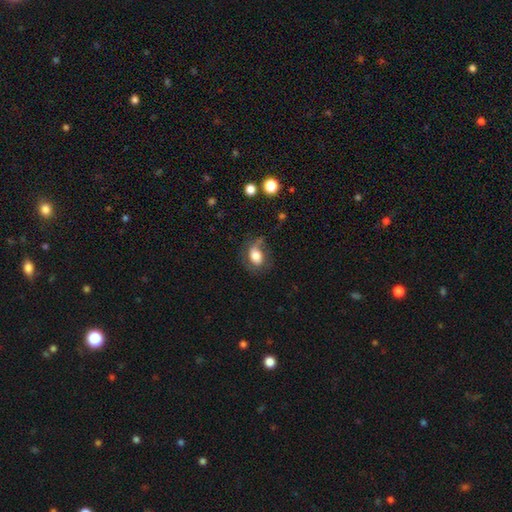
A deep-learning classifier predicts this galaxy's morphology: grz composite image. It shows a smooth galaxy with no disk features (64%) that is in between round and cigar-shaped (74%). Merging: none (48%).